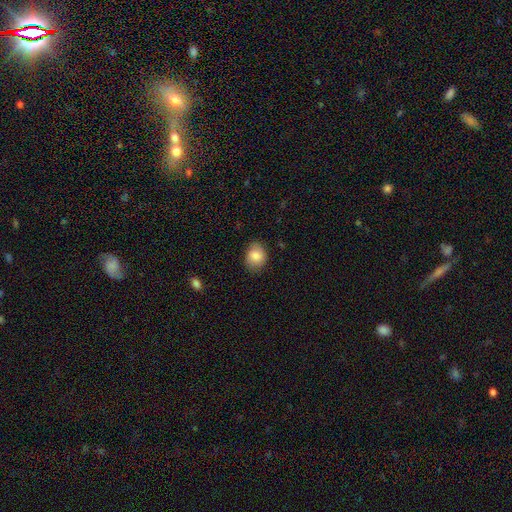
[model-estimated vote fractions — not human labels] A smooth galaxy with no disk features (81%) that is round (51%). Merging: none (75%).